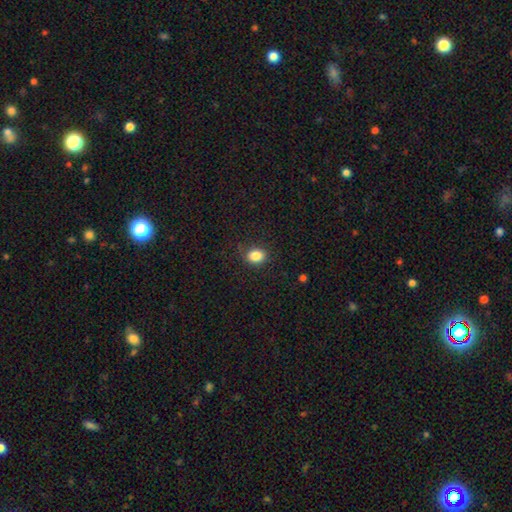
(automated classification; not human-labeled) The model was most divided on "how rounded": in between: 50%, round: 49%, cigar-shaped: 1%. More confident: smooth or featured — smooth (85%); merging — none (85%).